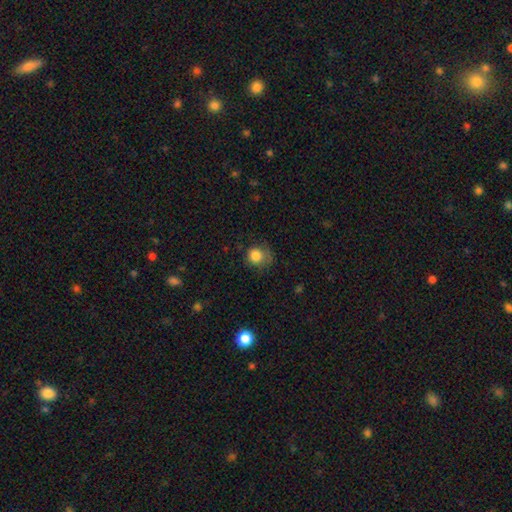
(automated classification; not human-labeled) smooth_or_featured: smooth (p=0.83) [alt: star or artifact p=0.10]
how_rounded: round (p=0.82) [alt: in between p=0.17]
merging: none (p=0.56) [alt: minor disturbance p=0.28]